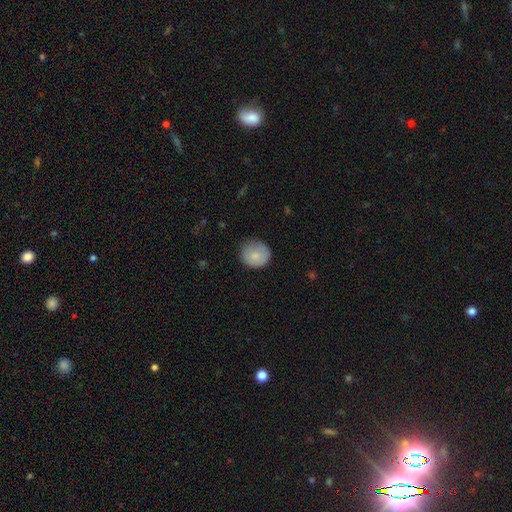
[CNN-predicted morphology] The model was most divided on "merging": none: 76%, minor disturbance: 19%, major disturbance: 4%, merger: 1%. More confident: how rounded — round (87%); smooth or featured — smooth (81%).